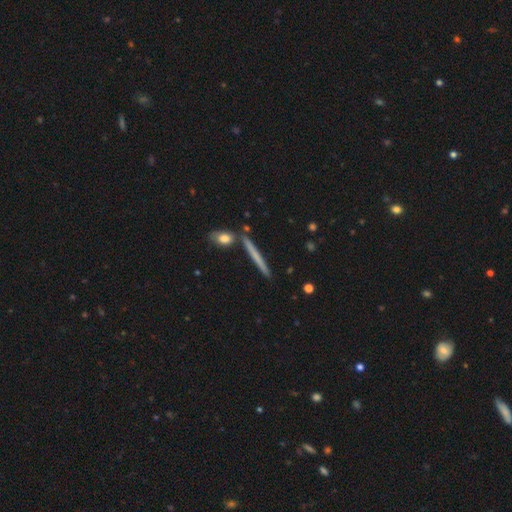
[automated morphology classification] This is possibly a smooth galaxy (55%). How rounded: clearly cigar-shaped (95%). Merging: clearly none (86%).